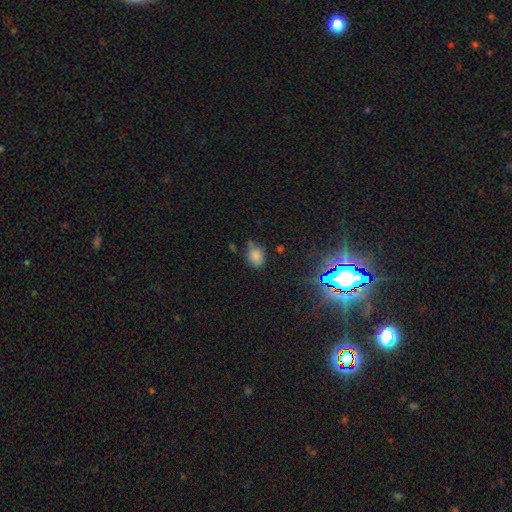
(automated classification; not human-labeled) smooth-or-featured: smooth: 79% | star or artifact: 15% | featured or disk: 6%
  how-rounded: in between: 50% | round: 49% | cigar-shaped: 1%
  merging: none: 60% | minor disturbance: 27% | merger: 7% | major disturbance: 6%